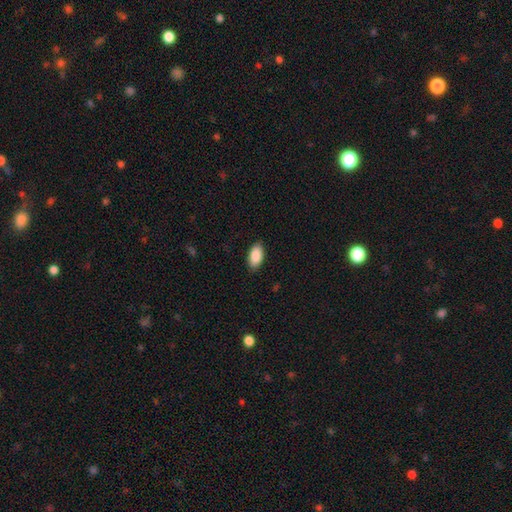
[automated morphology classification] type=smooth (90%); roundness=in between (94%); merging=none (87%).